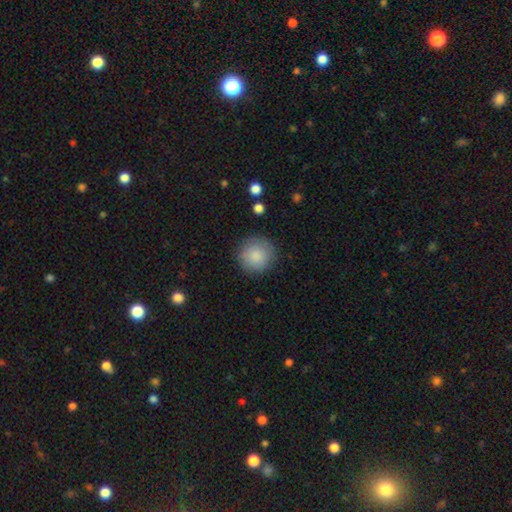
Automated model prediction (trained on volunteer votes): smooth-or-featured: smooth: 87% | star or artifact: 7% | featured or disk: 6%
  how-rounded: round: 95% | in between: 4% | cigar-shaped: 1%
  merging: none: 87% | minor disturbance: 9% | major disturbance: 3% | merger: 1%